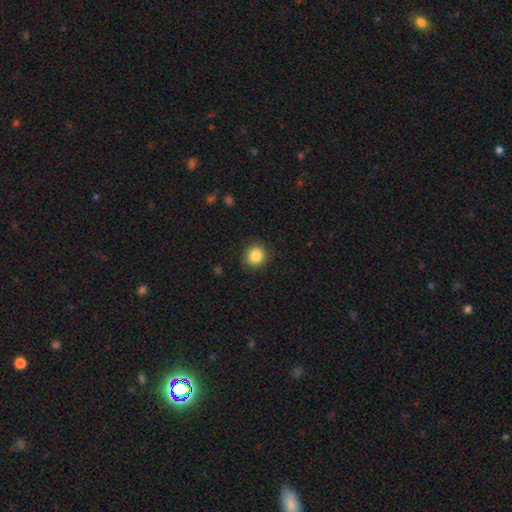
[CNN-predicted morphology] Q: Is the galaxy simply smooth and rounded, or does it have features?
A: smooth — 86%.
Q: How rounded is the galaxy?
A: round — 89%.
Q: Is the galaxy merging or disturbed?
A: none — 87%.